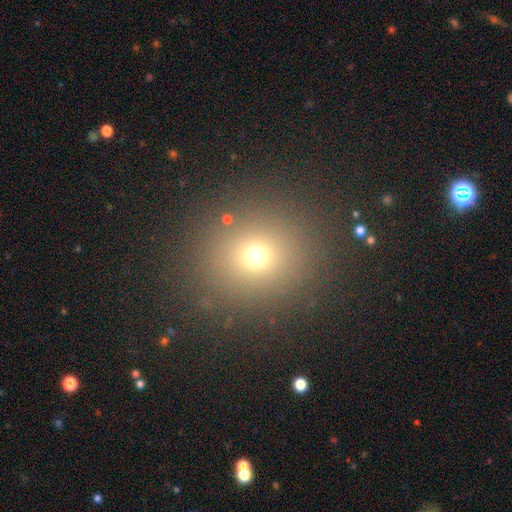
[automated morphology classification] The model was most divided on "smooth or featured": smooth: 67%, star or artifact: 23%, featured or disk: 9%. More confident: merging — none (87%); how rounded — round (87%).